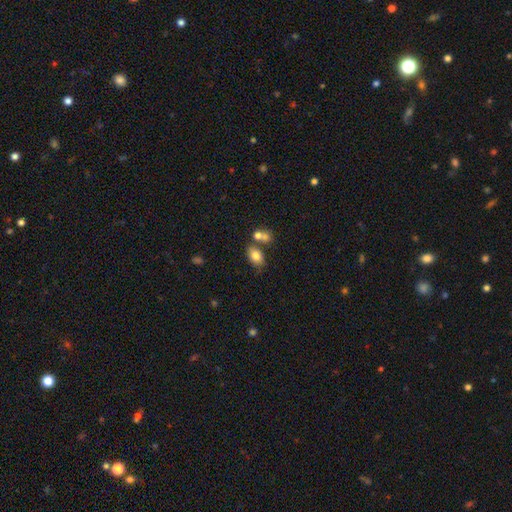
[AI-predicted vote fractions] Smooth or featured? smooth (79%)
How rounded? in between (83%)
Merging? none (57%)